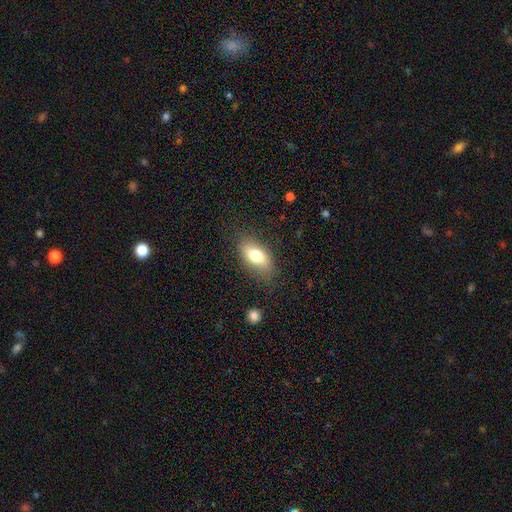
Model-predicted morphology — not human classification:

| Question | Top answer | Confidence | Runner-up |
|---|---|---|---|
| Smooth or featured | smooth | 73% | featured or disk (19%) |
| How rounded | in between | 88% | round (6%) |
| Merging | none | 77% | minor disturbance (16%) |